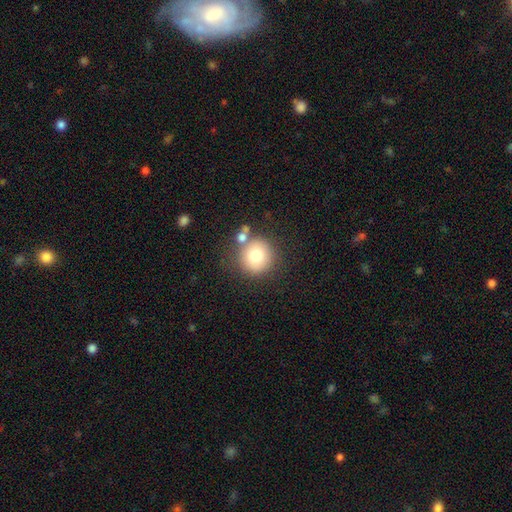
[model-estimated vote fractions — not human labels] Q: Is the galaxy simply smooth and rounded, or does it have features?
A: smooth — 77%.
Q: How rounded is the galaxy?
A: round — 93%.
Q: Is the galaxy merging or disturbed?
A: none — 72%.